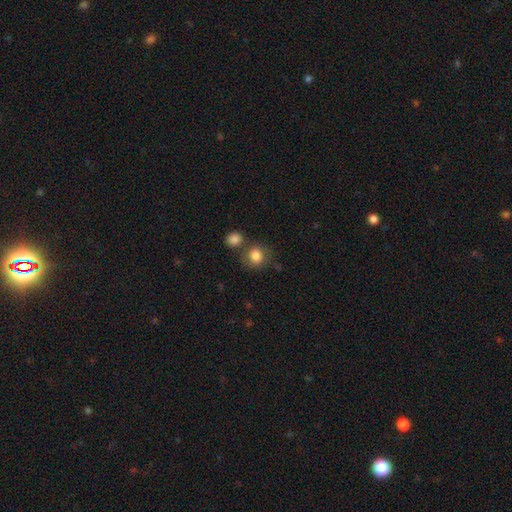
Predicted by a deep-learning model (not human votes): This appears to be a smooth galaxy with no disk features (83%) that is round (75%). Merging: none (61%).